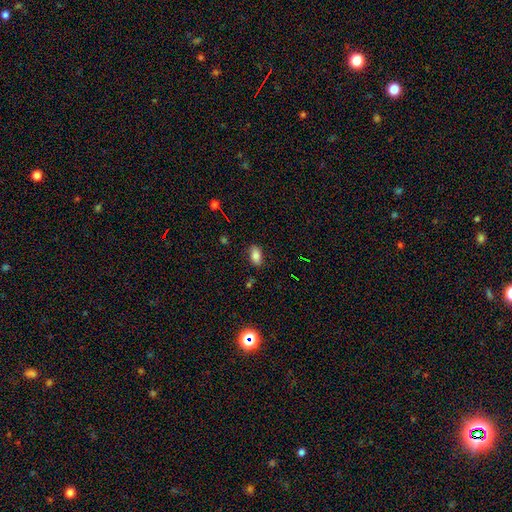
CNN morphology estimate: smooth-or-featured: smooth: 82% | star or artifact: 10% | featured or disk: 8%
  how-rounded: in between: 91% | round: 5% | cigar-shaped: 4%
  merging: none: 84% | minor disturbance: 12% | major disturbance: 3% | merger: 2%